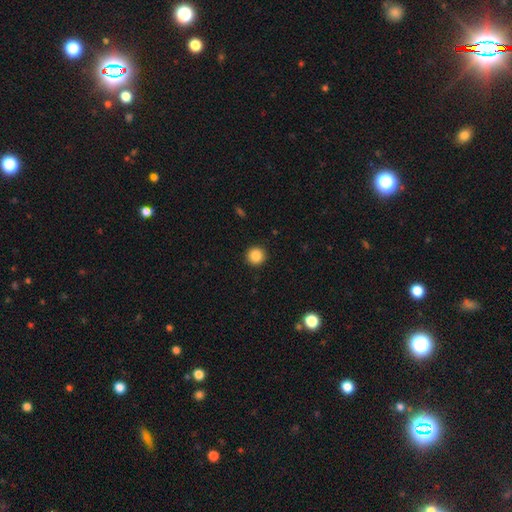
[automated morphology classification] This is clearly a smooth galaxy (88%). How rounded: clearly round (95%). Merging: clearly none (92%).